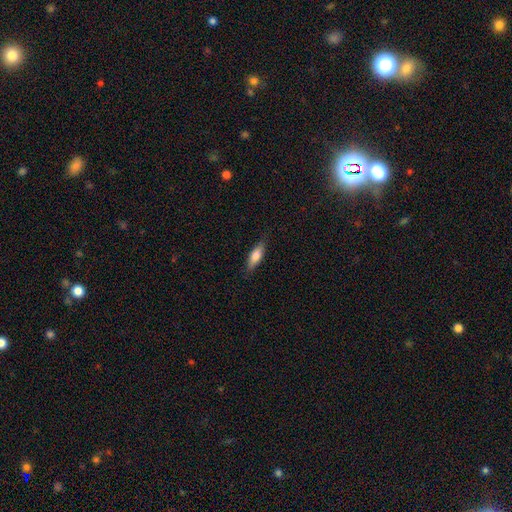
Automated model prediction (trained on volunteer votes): smooth_or_featured: smooth (p=0.74) [alt: featured or disk p=0.20]
how_rounded: in between (p=0.57) [alt: cigar-shaped p=0.41]
merging: none (p=0.83) [alt: minor disturbance p=0.13]